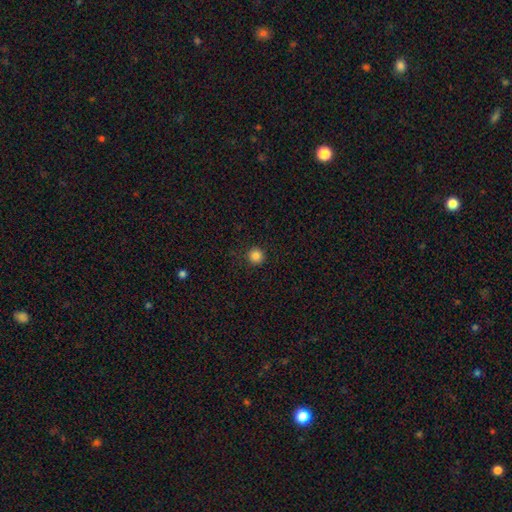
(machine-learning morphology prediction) This is clearly a smooth galaxy (85%). How rounded: clearly round (95%). Merging: clearly none (92%).